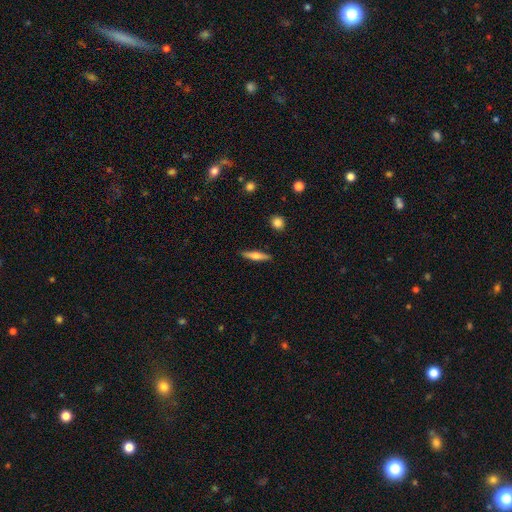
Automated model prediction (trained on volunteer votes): This is possibly a smooth galaxy (53%). How rounded: clearly cigar-shaped (81%). Merging: clearly none (89%).